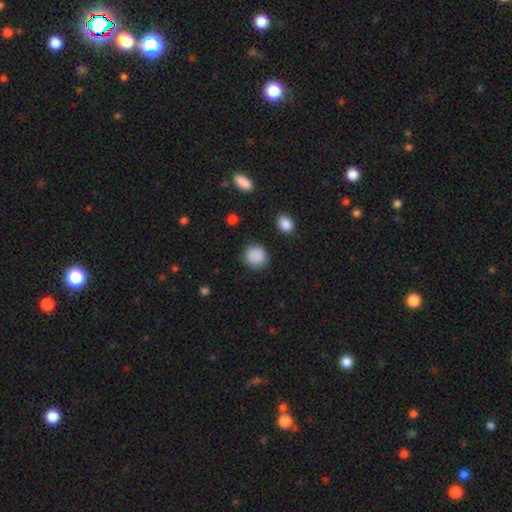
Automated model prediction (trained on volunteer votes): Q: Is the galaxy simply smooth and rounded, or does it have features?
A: smooth — 88%.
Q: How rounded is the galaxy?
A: round — 88%.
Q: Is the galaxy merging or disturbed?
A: none — 87%.